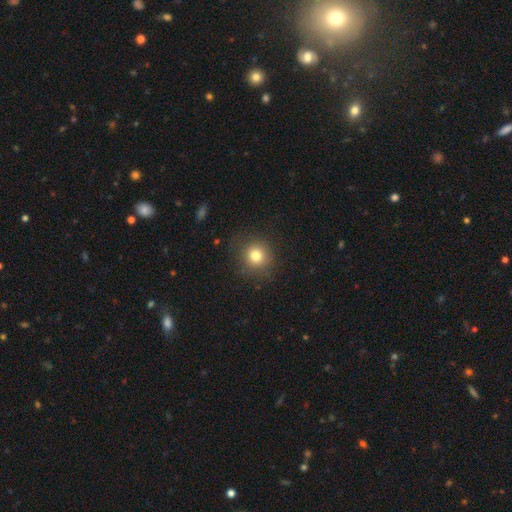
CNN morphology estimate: type=smooth (79%); roundness=round (91%); merging=none (86%).